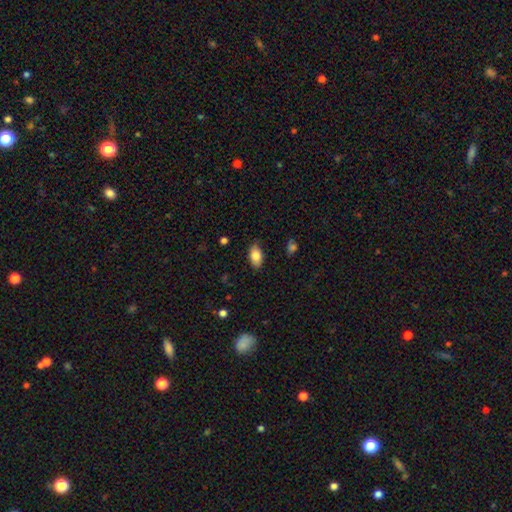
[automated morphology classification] Smooth or featured?
  - smooth: 84% *
  - featured or disk: 9%
  - star or artifact: 7%
How rounded?
  - in between: 92% *
  - round: 4%
  - cigar-shaped: 3%
Merging?
  - none: 83% *
  - minor disturbance: 13%
  - major disturbance: 3%
  - merger: 1%